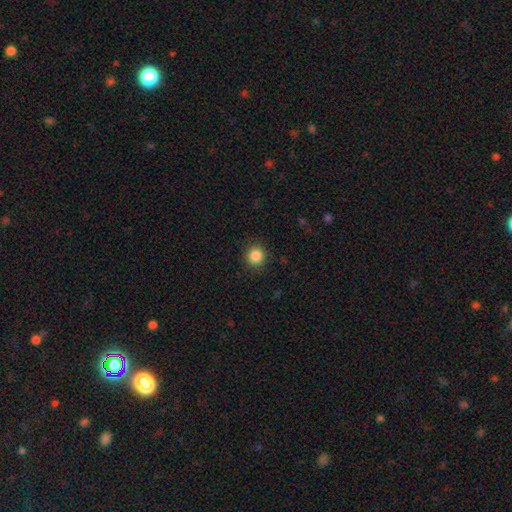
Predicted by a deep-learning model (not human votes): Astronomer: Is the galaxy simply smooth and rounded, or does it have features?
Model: smooth — 86%.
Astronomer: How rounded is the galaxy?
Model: round — 90%.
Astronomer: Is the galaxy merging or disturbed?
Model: none — 89%.